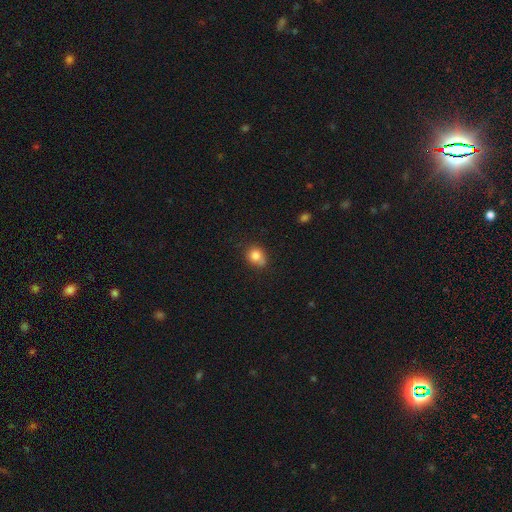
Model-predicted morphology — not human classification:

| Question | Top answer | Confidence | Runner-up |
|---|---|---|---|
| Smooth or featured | smooth | 81% | star or artifact (10%) |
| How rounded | round | 60% | in between (39%) |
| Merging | none | 61% | minor disturbance (27%) |